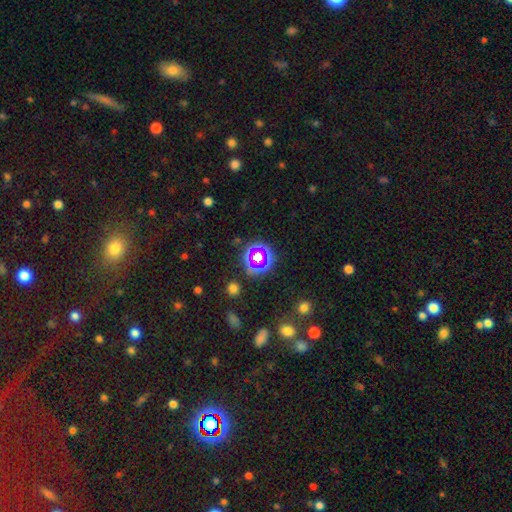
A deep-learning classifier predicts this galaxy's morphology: A star or artifact, not a galaxy (56%).